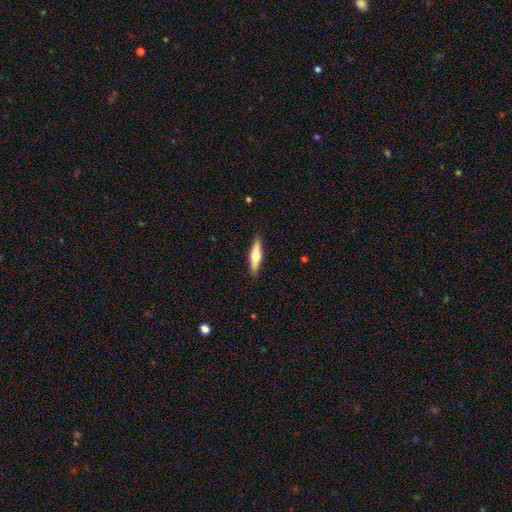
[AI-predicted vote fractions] Smooth or featured?
  - featured or disk: 51% *
  - smooth: 44%
  - star or artifact: 5%
Edge-on disk?
  - yes: 94% *
  - no: 6%
Merging?
  - none: 90% *
  - minor disturbance: 8%
  - major disturbance: 2%
  - merger: 1%